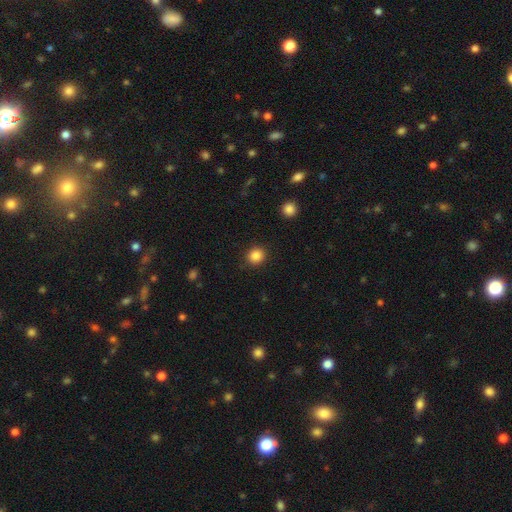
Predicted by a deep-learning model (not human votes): Overall: smooth (86%). How rounded: round (86%). Merging: none (90%).